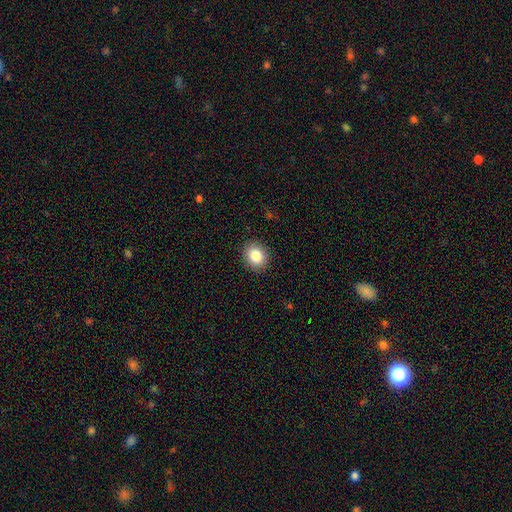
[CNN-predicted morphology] A smooth galaxy with no disk features (84%) that is round (64%). Merging: none (90%).